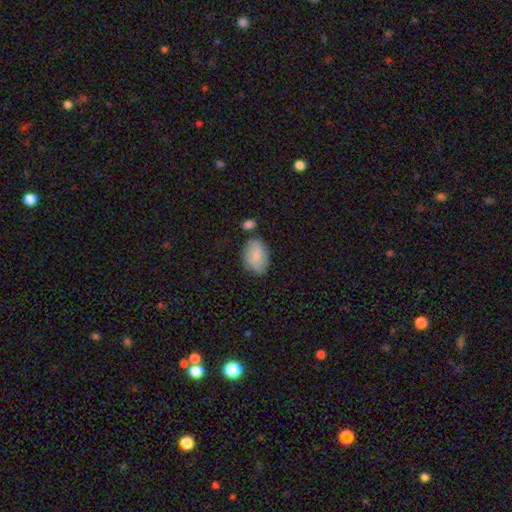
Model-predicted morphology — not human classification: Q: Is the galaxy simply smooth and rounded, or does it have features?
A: smooth — 80%.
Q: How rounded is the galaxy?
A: in between — 86%.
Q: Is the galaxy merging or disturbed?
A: none — 66%.